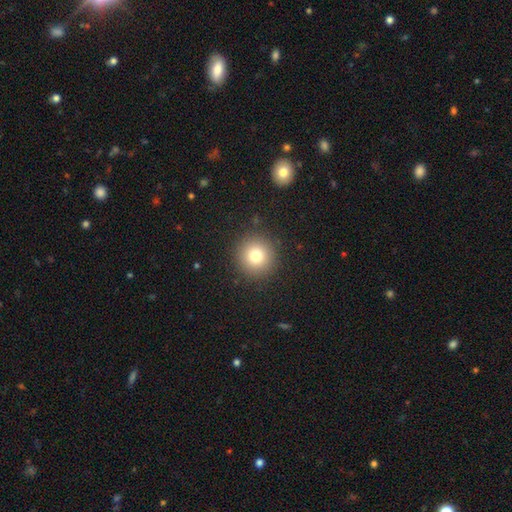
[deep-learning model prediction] Smooth or featured? smooth (79%)
How rounded? round (95%)
Merging? none (90%)